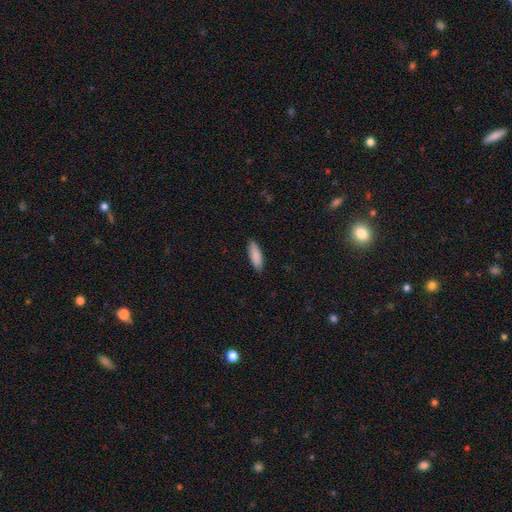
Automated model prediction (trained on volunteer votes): Smooth or featured? smooth (89%)
How rounded? in between (53%)
Merging? none (89%)